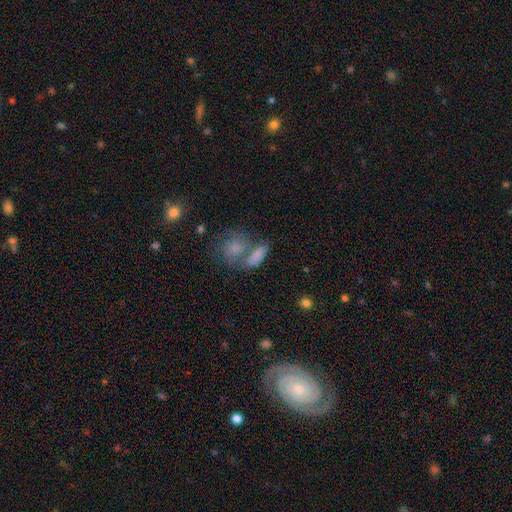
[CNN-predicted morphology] smooth-or-featured: smooth: 73% | featured or disk: 18% | star or artifact: 9%
  how-rounded: in between: 69% | round: 16% | cigar-shaped: 15%
  merging: merger: 49% | none: 32% | minor disturbance: 12% | major disturbance: 7%